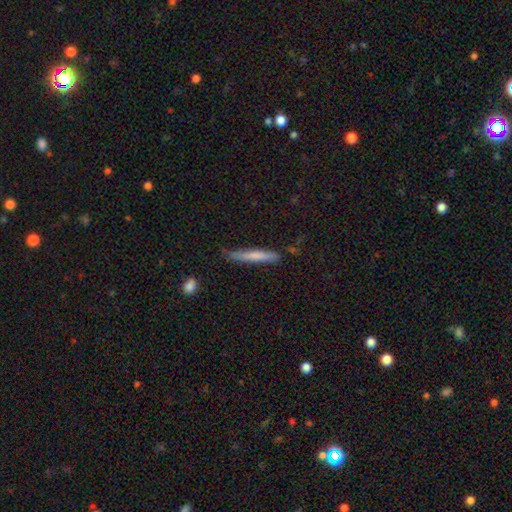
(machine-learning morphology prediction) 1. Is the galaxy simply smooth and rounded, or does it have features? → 66% smooth, 28% featured or disk, 6% star or artifact.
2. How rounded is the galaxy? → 94% cigar-shaped, 4% in between, 1% round.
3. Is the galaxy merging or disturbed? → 71% none, 22% minor disturbance, 4% major disturbance, 3% merger.